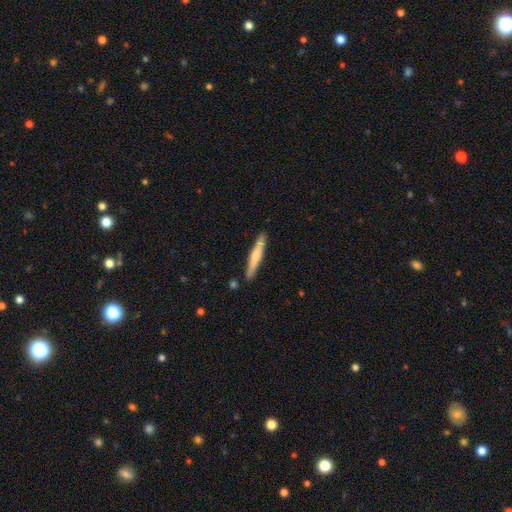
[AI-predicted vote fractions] A smooth galaxy with no disk features (57%) that is cigar-shaped (94%). Merging: none (87%).